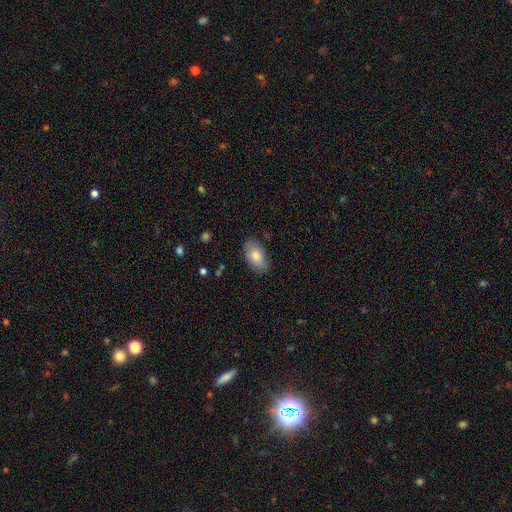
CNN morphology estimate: This is clearly a smooth galaxy (81%). How rounded: clearly in between (93%). Merging: clearly none (83%).